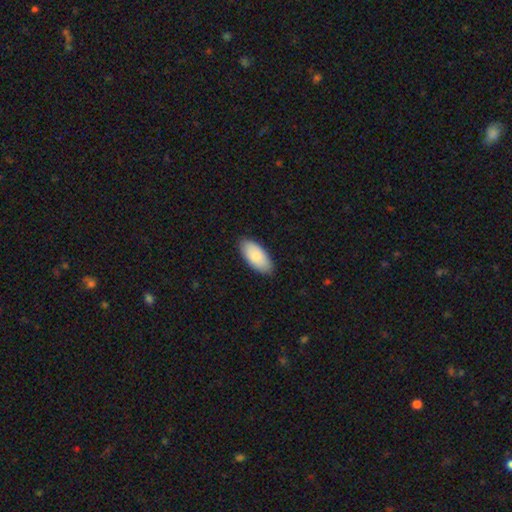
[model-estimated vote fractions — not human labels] The model was most divided on "smooth or featured": smooth: 84%, featured or disk: 10%, star or artifact: 5%. More confident: how rounded — in between (93%); merging — none (87%).